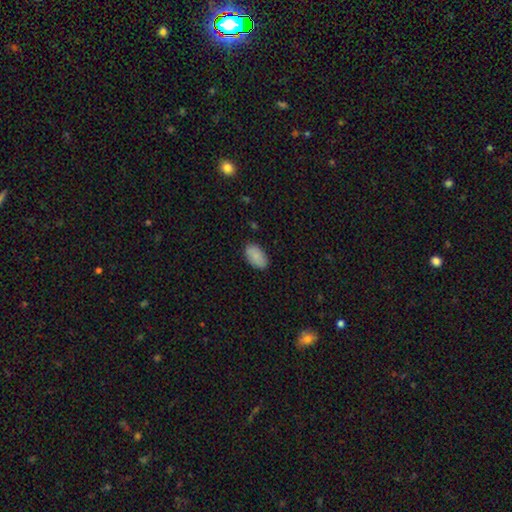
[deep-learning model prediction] Smooth or featured? Predicted: smooth (p=0.87). How rounded? Predicted: in between (p=0.94). Merging? Predicted: none (p=0.85).